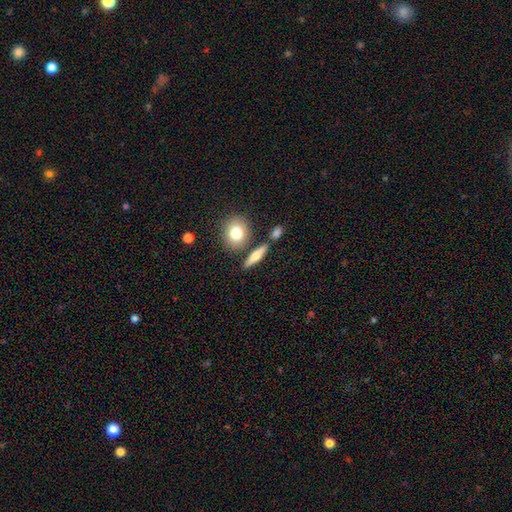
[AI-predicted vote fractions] Smooth or featured? Predicted: smooth (p=0.60). How rounded? Predicted: cigar-shaped (p=0.51). Merging? Predicted: none (p=0.79).